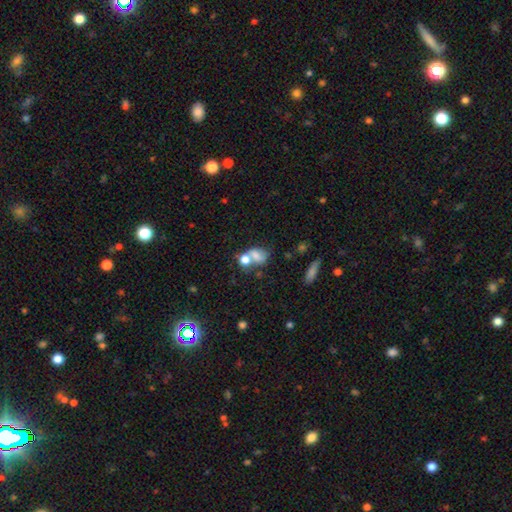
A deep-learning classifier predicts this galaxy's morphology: A smooth galaxy with no disk features (64%) that is in between round and cigar-shaped (60%). Merging: merger (50%).